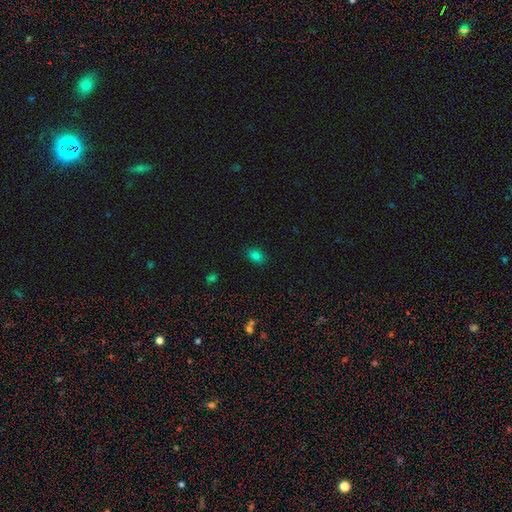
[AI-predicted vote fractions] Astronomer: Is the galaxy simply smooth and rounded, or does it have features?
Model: smooth — 80%.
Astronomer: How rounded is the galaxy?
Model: in between — 77%.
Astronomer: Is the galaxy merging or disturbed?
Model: none — 86%.